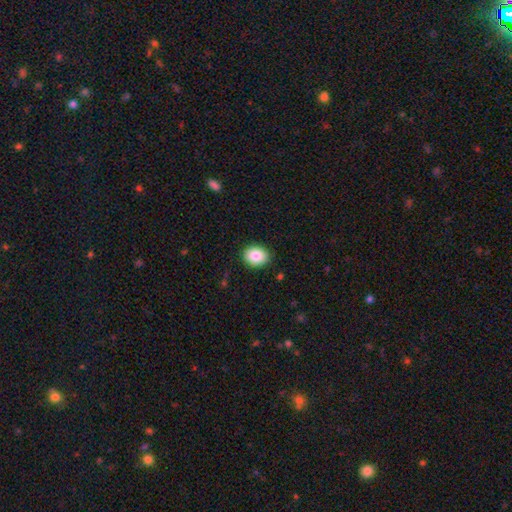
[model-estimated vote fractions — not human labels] Overall: smooth (87%). How rounded: in between (54%; round 45%). Merging: none (89%).